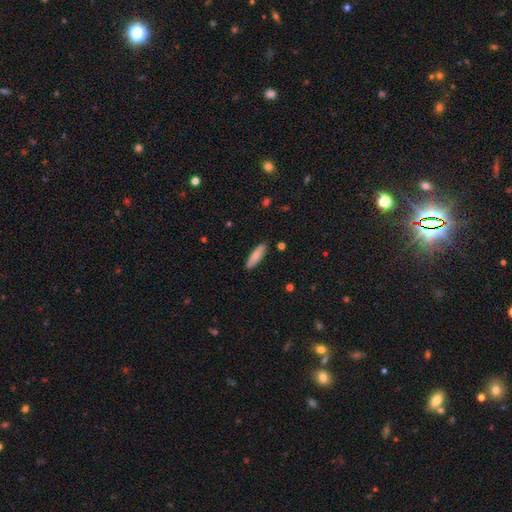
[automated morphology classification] type=smooth (81%); roundness=cigar-shaped (68%); merging=none (88%).